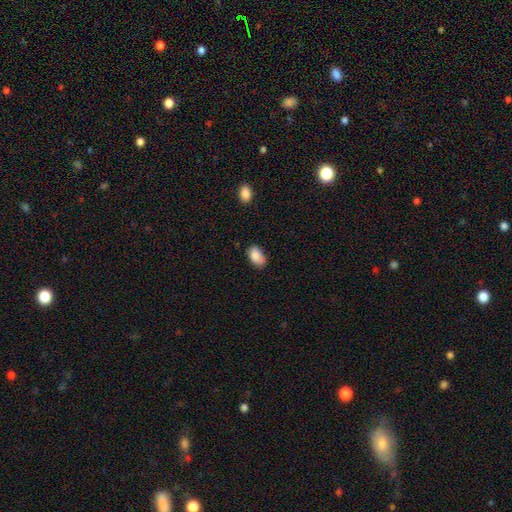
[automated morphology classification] Smooth or featured? smooth (85%)
How rounded? in between (92%)
Merging? none (69%)